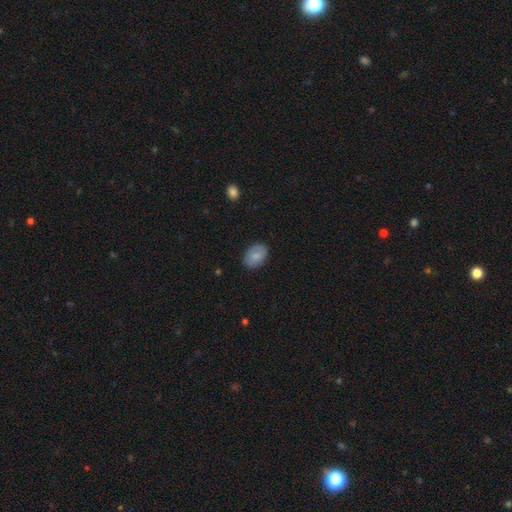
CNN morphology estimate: smooth-or-featured: smooth: 81% | featured or disk: 12% | star or artifact: 7%
  how-rounded: in between: 85% | round: 14% | cigar-shaped: 1%
  merging: none: 85% | minor disturbance: 12% | major disturbance: 3% | merger: 1%